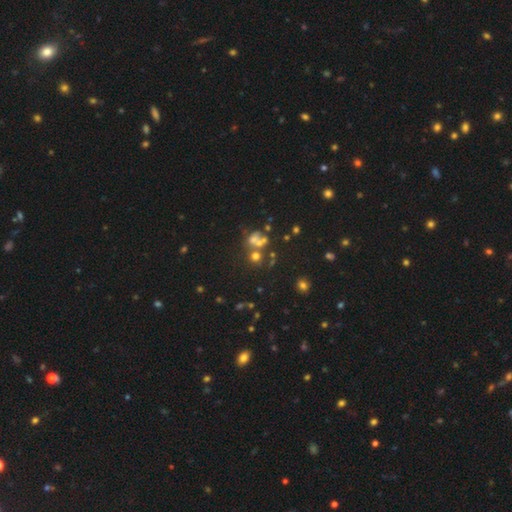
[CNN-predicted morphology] Smooth or featured? Predicted: smooth (p=0.42). Merging? Predicted: none (p=0.44).